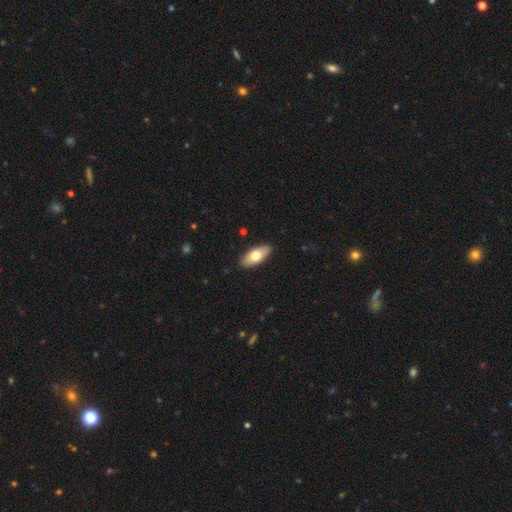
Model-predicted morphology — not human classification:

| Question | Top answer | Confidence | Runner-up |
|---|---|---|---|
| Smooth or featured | smooth | 69% | featured or disk (25%) |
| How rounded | in between | 85% | cigar-shaped (12%) |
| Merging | none | 89% | minor disturbance (8%) |